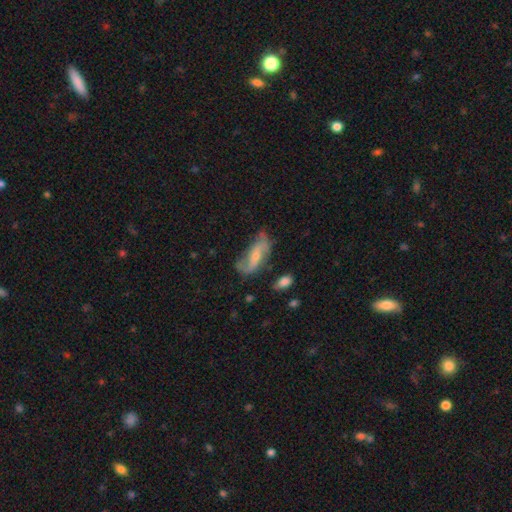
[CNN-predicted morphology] This is likely a featured or disk galaxy (65%). It is clearly not viewed edge-on (88%). Bar: marginally no (42%). Spiral arm pattern: clearly yes (84%). Central bulge: possibly small (54%). Merging: possibly none (48%).